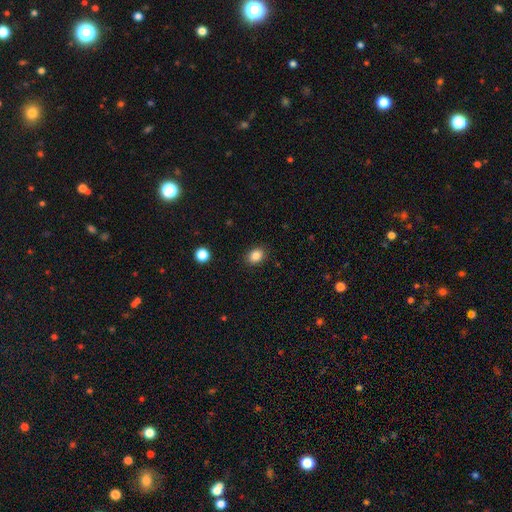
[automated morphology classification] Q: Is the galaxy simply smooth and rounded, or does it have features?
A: smooth — 85%.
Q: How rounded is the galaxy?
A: in between — 56%.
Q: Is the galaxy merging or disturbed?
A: none — 88%.